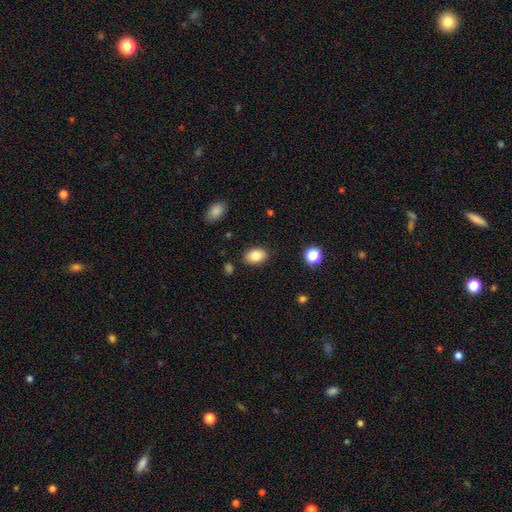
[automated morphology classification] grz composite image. It shows a smooth galaxy with no disk features (84%) that is in between round and cigar-shaped (84%). Merging: none (86%).